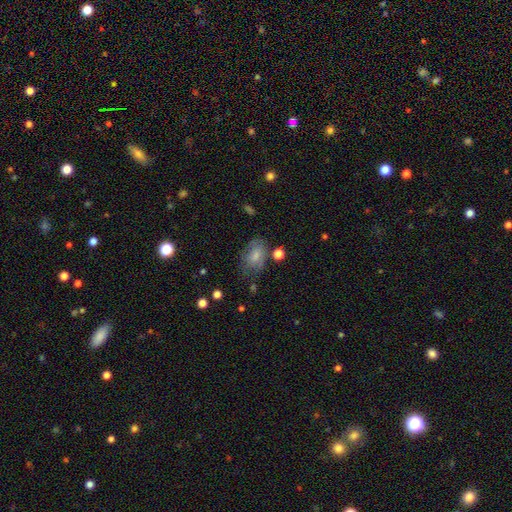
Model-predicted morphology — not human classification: A smooth galaxy with no disk features (71%) that is in between round and cigar-shaped (86%).

Vote fractions:
- Smooth or featured? smooth: 71% / featured or disk: 21% / star or artifact: 9%
- How rounded? in between: 86% / round: 13% / cigar-shaped: 2%
- Merging? none: 56% / minor disturbance: 26% / major disturbance: 13% / merger: 5%